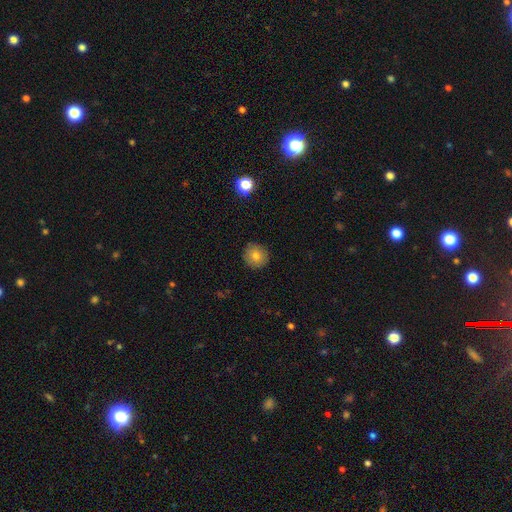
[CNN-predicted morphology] This is likely a smooth galaxy (79%). How rounded: clearly round (93%). Merging: clearly none (90%).